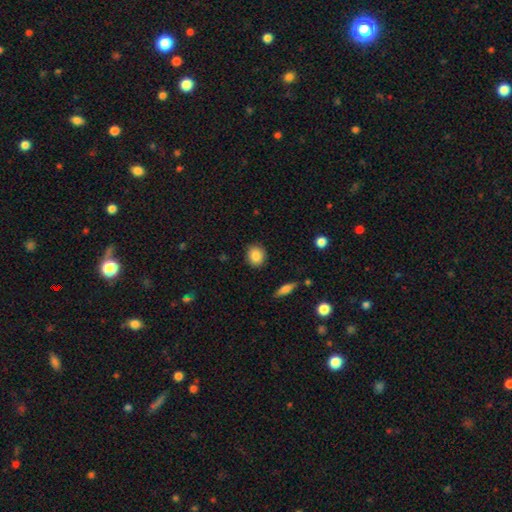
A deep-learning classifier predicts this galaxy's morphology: This is clearly a smooth galaxy (86%). How rounded: likely round (71%). Merging: clearly none (89%).